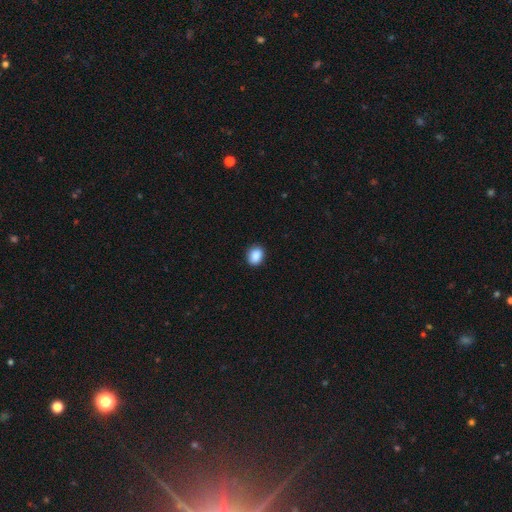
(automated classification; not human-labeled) Q: Smooth or featured?
A: smooth (89%); runner-up: star or artifact (8%)
Q: How rounded?
A: round (50%); runner-up: in between (49%)
Q: Merging?
A: none (88%); runner-up: minor disturbance (9%)